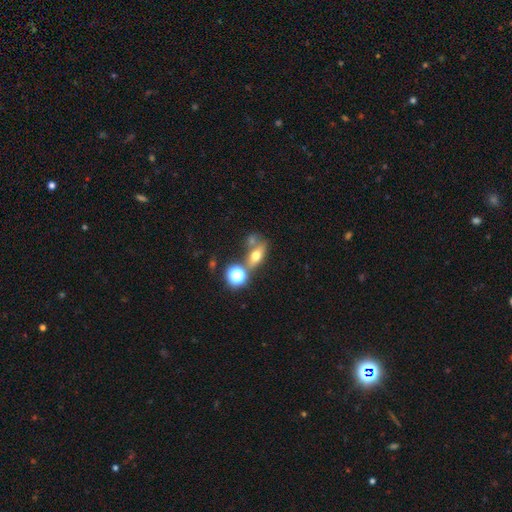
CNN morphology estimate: This appears to be a smooth galaxy with no disk features (56%) that is in between round and cigar-shaped (63%). Merging: none (49%).